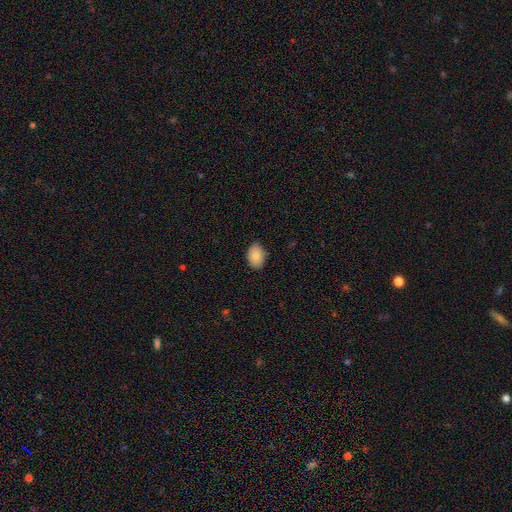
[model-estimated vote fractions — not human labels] This is clearly a smooth galaxy (86%). How rounded: clearly in between (83%). Merging: clearly none (87%).